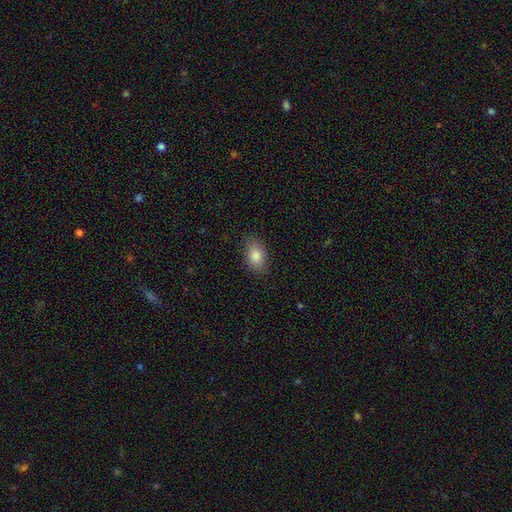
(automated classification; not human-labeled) This appears to be a smooth galaxy with no disk features (84%) that is in between round and cigar-shaped (88%). Merging: none (83%).